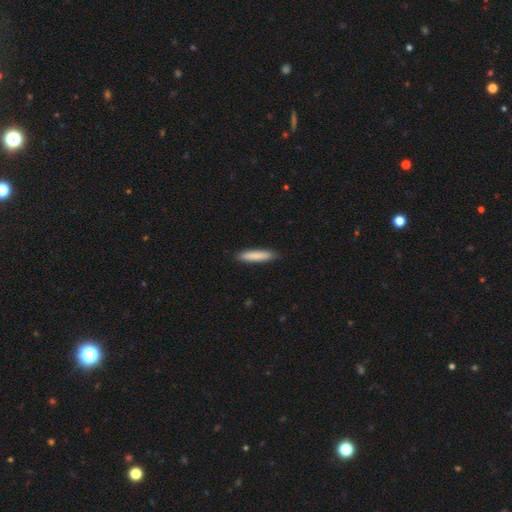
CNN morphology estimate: type=smooth (86%); roundness=cigar-shaped (87%); merging=none (90%).